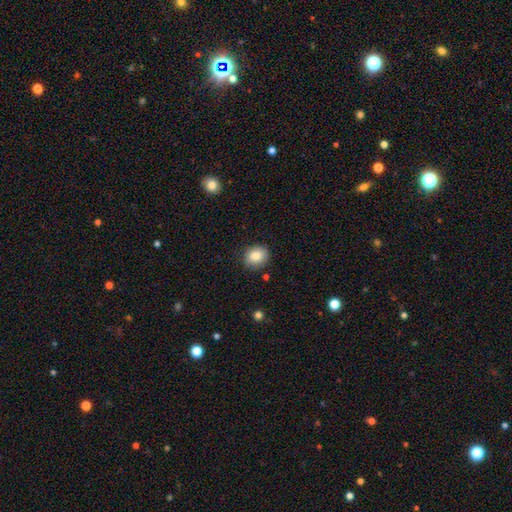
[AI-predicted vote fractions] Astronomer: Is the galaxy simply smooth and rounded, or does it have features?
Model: smooth — 84%.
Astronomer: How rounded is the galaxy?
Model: round — 66%.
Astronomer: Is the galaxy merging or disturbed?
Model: none — 85%.